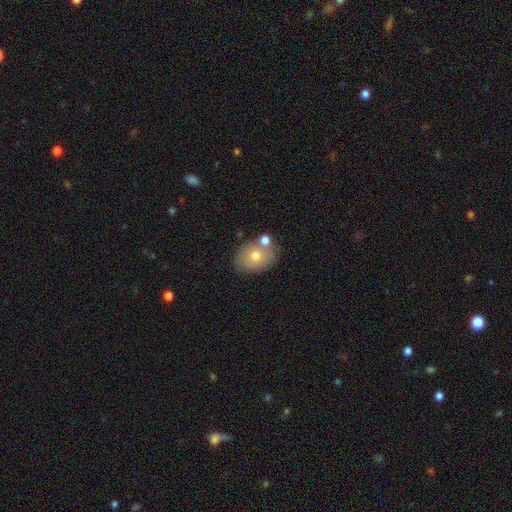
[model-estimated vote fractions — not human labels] Smooth or featured?
  - smooth: 70% *
  - featured or disk: 21%
  - star or artifact: 9%
How rounded?
  - in between: 66% *
  - round: 33%
  - cigar-shaped: 1%
Merging?
  - none: 64% *
  - merger: 18%
  - minor disturbance: 14%
  - major disturbance: 4%